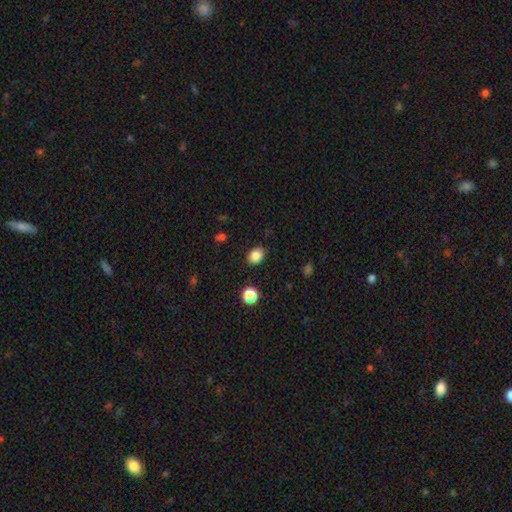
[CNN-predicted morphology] A smooth galaxy with no disk features (85%) that is in between round and cigar-shaped (57%). Merging: none (85%).